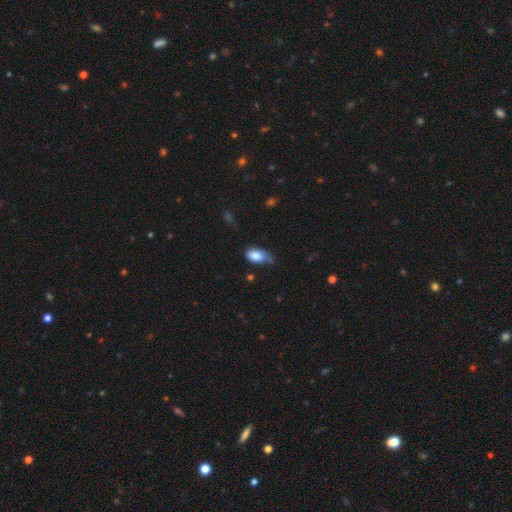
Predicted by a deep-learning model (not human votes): Morphology: type=smooth (84%); roundness=in between (92%); merging=none (43%).